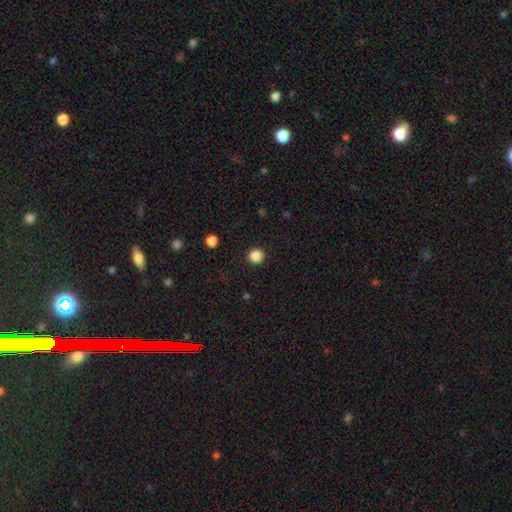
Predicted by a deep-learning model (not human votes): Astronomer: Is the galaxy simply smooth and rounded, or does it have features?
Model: smooth — 86%.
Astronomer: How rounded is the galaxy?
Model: round — 95%.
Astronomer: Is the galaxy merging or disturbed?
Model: none — 92%.